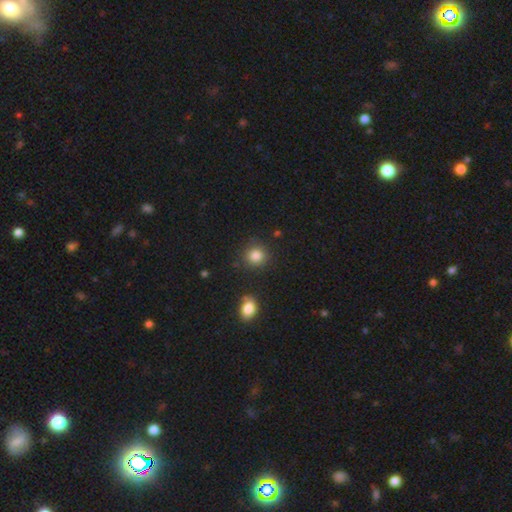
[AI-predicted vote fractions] Overall: smooth (84%). How rounded: round (90%). Merging: none (85%).